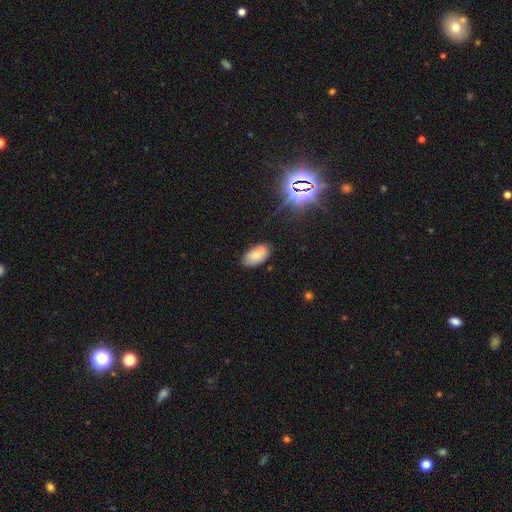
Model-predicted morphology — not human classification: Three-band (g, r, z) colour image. It shows a smooth galaxy with no disk features (70%) that is in between round and cigar-shaped (93%). Merging: none (60%).